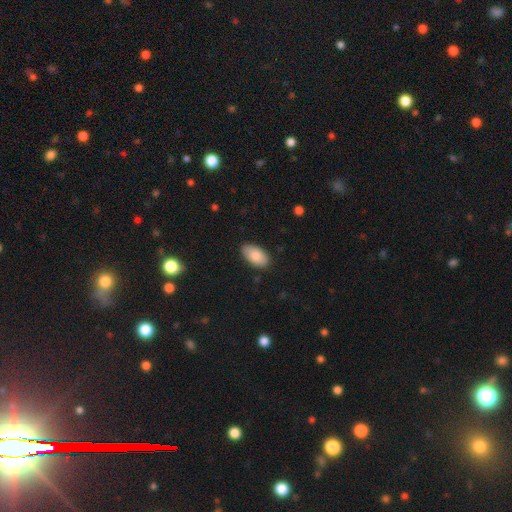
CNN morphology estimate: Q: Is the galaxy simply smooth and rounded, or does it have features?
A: smooth — 85%.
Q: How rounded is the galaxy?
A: in between — 95%.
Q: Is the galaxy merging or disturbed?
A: none — 86%.